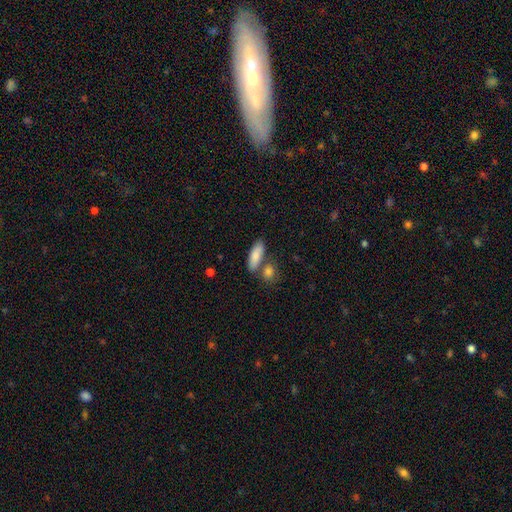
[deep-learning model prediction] Overall: smooth (84%). How rounded: in between (68%; cigar-shaped 29%). Merging: none (63%).